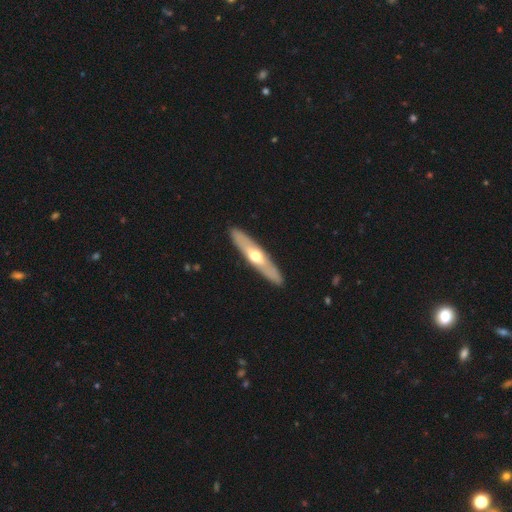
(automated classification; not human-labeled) smooth-or-featured: featured or disk: 55% | smooth: 41% | star or artifact: 4%
  disk-edge-on: yes: 74% | no: 26%
  merging: none: 90% | minor disturbance: 7% | major disturbance: 2% | merger: 1%